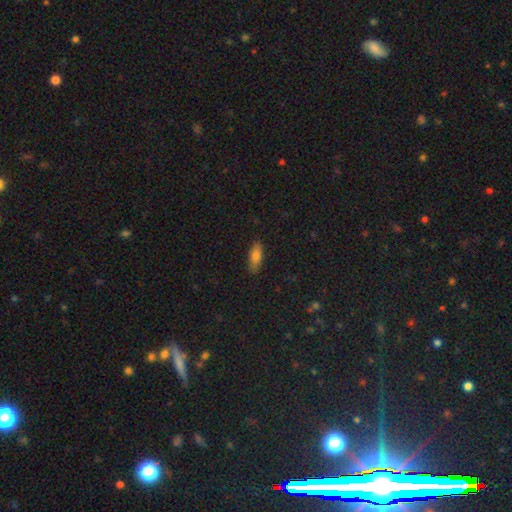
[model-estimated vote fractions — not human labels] Smooth or featured? smooth (78%)
How rounded? in between (70%)
Merging? none (87%)